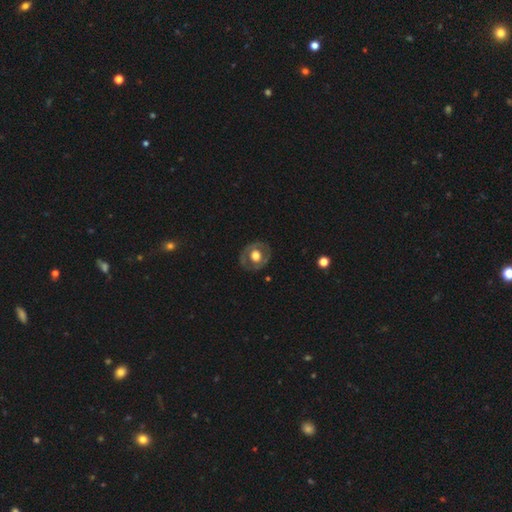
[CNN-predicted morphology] Overall: featured or disk (53%; smooth 41%). Edge-on disk: no (95%). Bar: no (83%). Spiral arms: no (78%). Bulge size: large (47%; moderate 45%). Merging: none (80%).